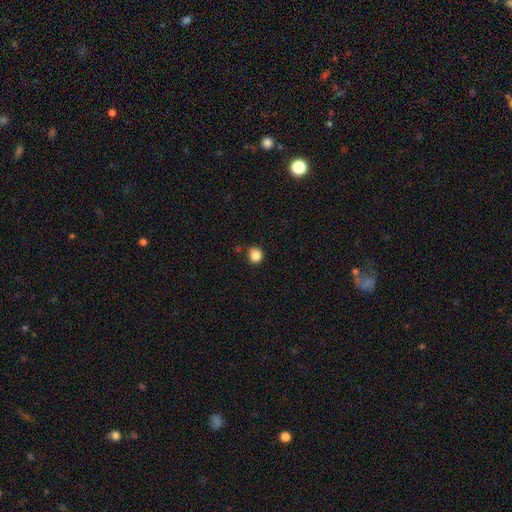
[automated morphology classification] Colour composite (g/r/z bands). It shows a smooth galaxy with no disk features (85%) that is round (85%). Merging: none (80%).